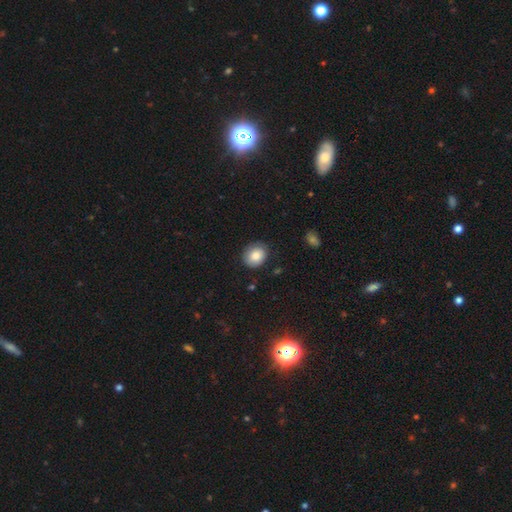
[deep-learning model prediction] smooth 83%, featured or disk 9%, star or artifact 8%. Down the decision tree: how rounded — round (58%); merging — none (81%).